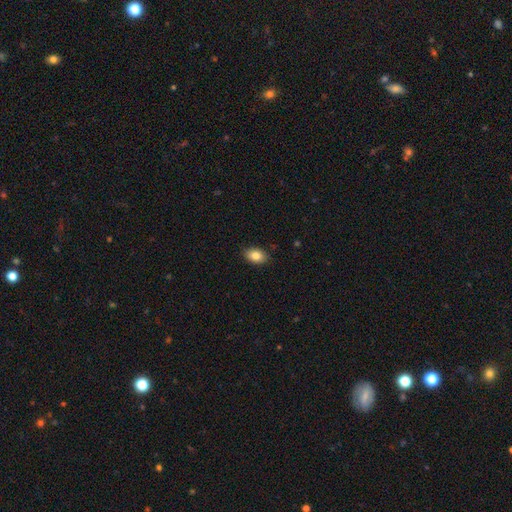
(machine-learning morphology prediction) Smooth or featured? Predicted: smooth (p=0.84). How rounded? Predicted: in between (p=0.87). Merging? Predicted: none (p=0.88).